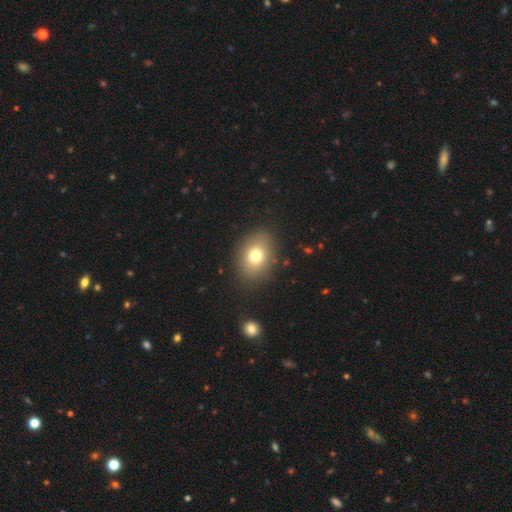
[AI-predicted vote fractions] Q: Smooth or featured?
A: smooth (76%); runner-up: featured or disk (13%)
Q: How rounded?
A: in between (69%); runner-up: round (30%)
Q: Merging?
A: none (86%); runner-up: minor disturbance (9%)